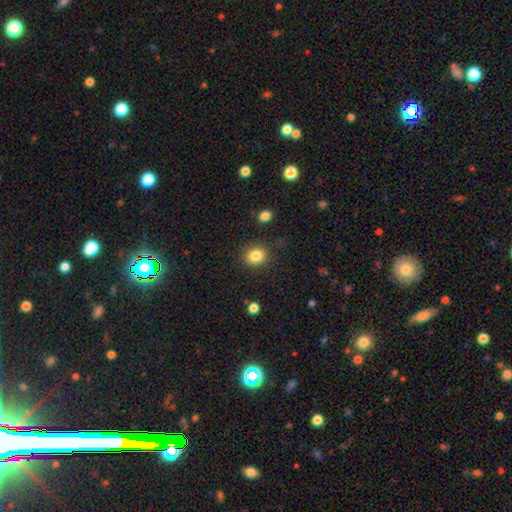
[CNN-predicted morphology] Smooth or featured?
  - smooth: 84% *
  - star or artifact: 10%
  - featured or disk: 6%
How rounded?
  - round: 60% *
  - in between: 39%
  - cigar-shaped: 1%
Merging?
  - none: 83% *
  - minor disturbance: 11%
  - major disturbance: 4%
  - merger: 2%